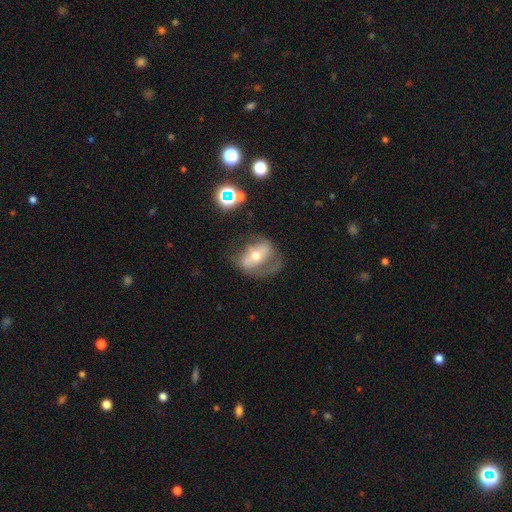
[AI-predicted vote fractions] A featured or disk galaxy (62%) with a strong bar (36%), spiral arms (61%) and a moderate central bulge (62%). Merging: none (44%).